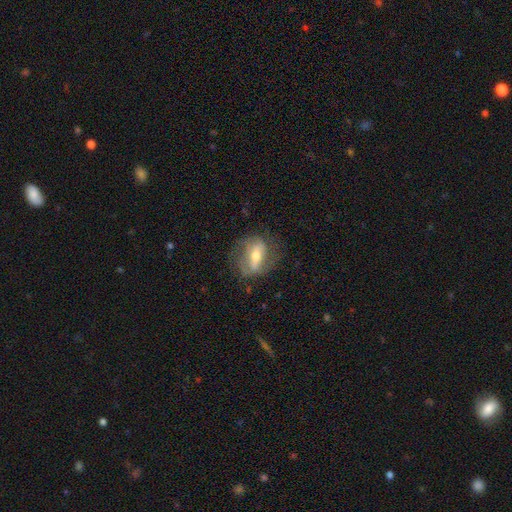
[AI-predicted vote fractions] This appears to be a featured or disk galaxy (67%) with a strong bar (57%), spiral arms (62%) and a moderate central bulge (60%). Merging: none (65%).